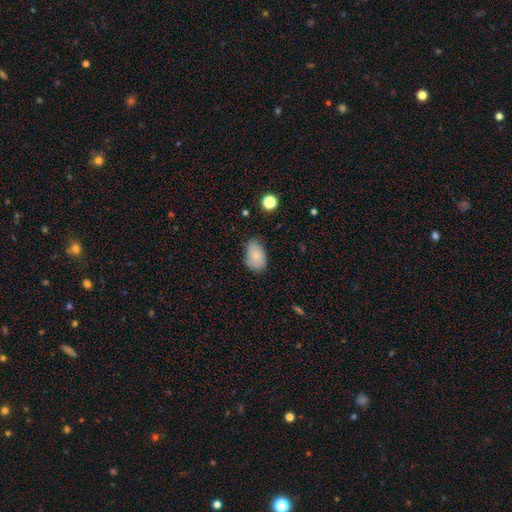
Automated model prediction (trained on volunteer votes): Morphology: type=smooth (78%); roundness=in between (88%); merging=none (67%).